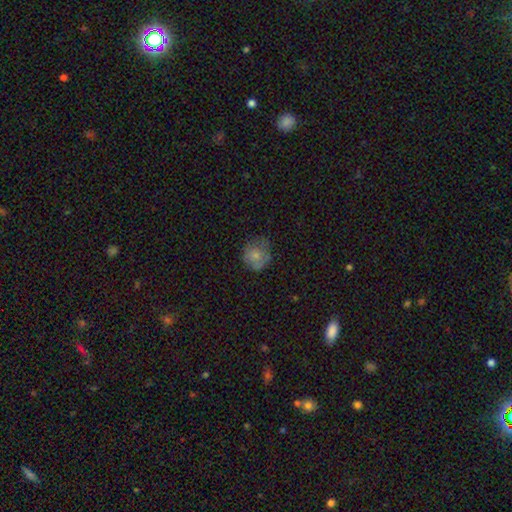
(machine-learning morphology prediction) Overall: smooth (71%). How rounded: round (81%). Merging: none (59%; minor disturbance 28%).